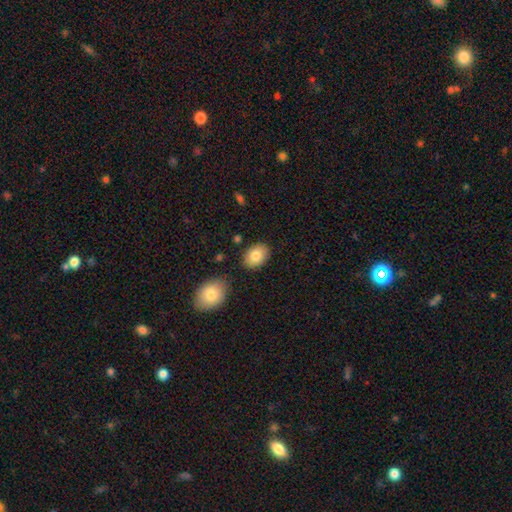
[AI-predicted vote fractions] A smooth galaxy with no disk features (83%) that is in between round and cigar-shaped (83%).

Vote fractions:
- Smooth or featured? smooth: 83% / featured or disk: 10% / star or artifact: 7%
- How rounded? in between: 83% / round: 16% / cigar-shaped: 1%
- Merging? none: 83% / minor disturbance: 11% / merger: 4% / major disturbance: 2%